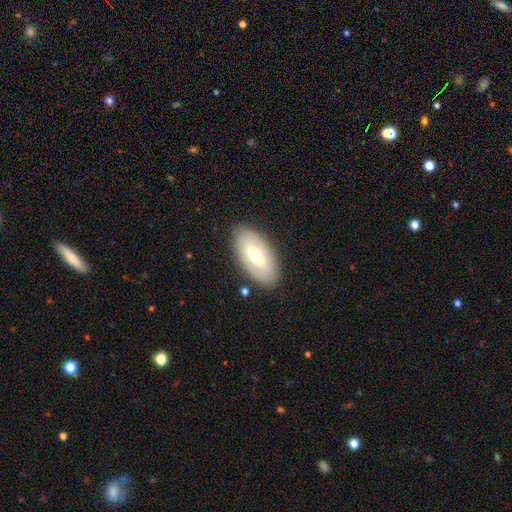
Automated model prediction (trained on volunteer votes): Smooth or featured? featured or disk (47%, tied with smooth)
Merging? none (85%)